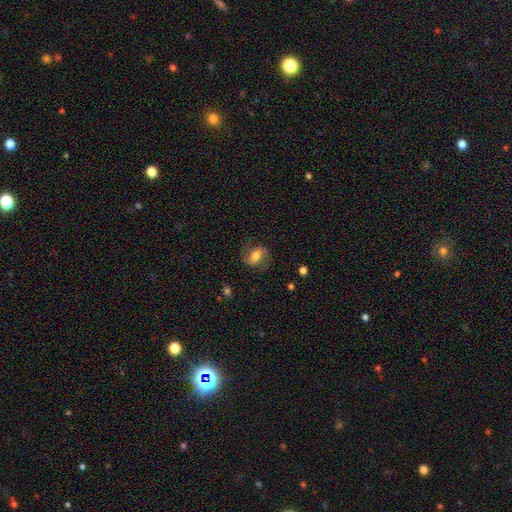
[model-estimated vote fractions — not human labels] smooth-or-featured: featured or disk: 52% | smooth: 40% | star or artifact: 8%
  disk-edge-on: no: 95% | yes: 5%
  merging: none: 72% | minor disturbance: 17% | major disturbance: 10% | merger: 1%